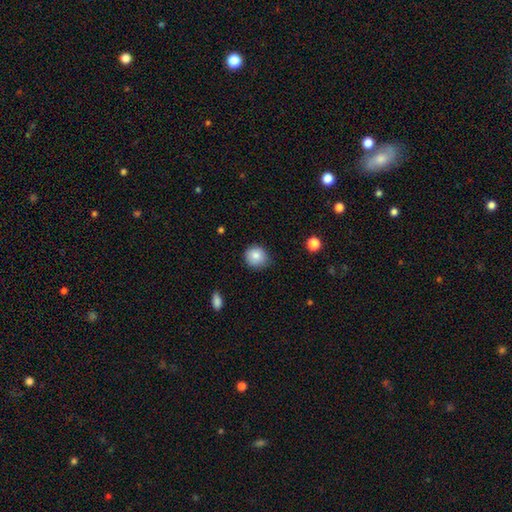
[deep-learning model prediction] smooth_or_featured: smooth (p=0.83) [alt: star or artifact p=0.09]
how_rounded: round (p=0.87) [alt: in between p=0.12]
merging: none (p=0.78) [alt: minor disturbance p=0.17]